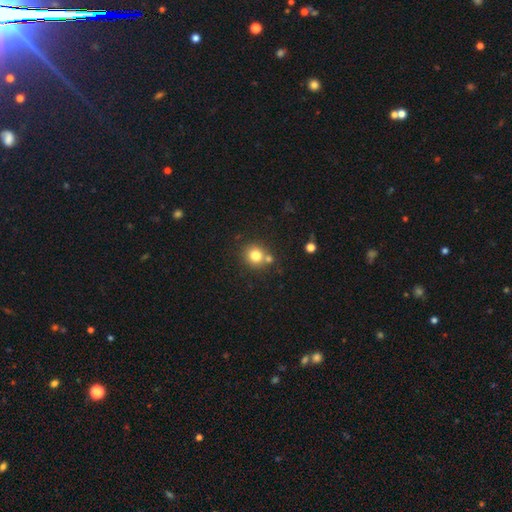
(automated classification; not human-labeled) Overall: smooth (79%). How rounded: round (88%). Merging: none (69%).